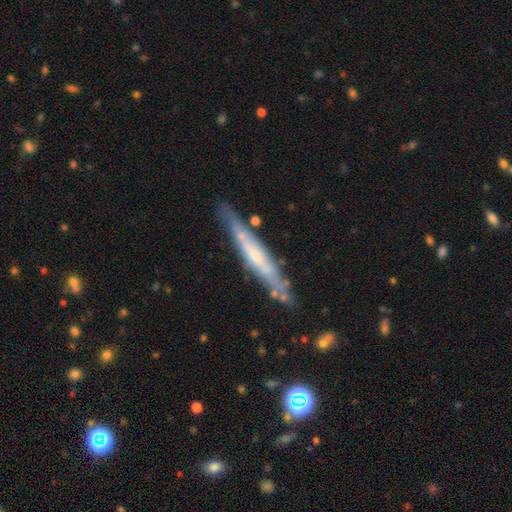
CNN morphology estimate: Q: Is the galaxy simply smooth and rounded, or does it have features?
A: featured or disk — 66%.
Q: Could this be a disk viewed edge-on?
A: yes — 80%.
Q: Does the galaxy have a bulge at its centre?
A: none — 53%.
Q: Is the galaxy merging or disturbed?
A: none — 77%.